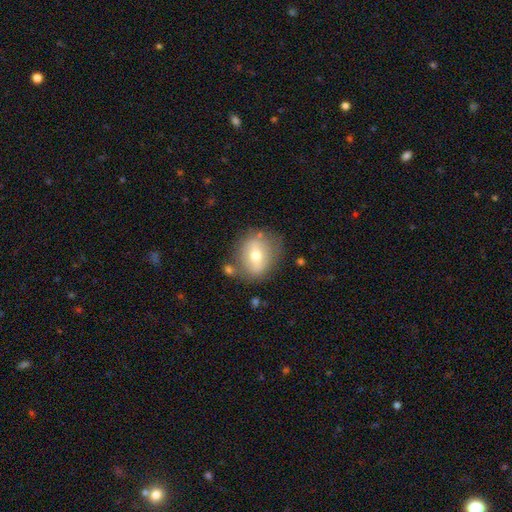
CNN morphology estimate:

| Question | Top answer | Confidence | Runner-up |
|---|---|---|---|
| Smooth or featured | smooth | 56% | featured or disk (36%) |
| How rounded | round | 56% | in between (43%) |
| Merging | none | 74% | minor disturbance (15%) |